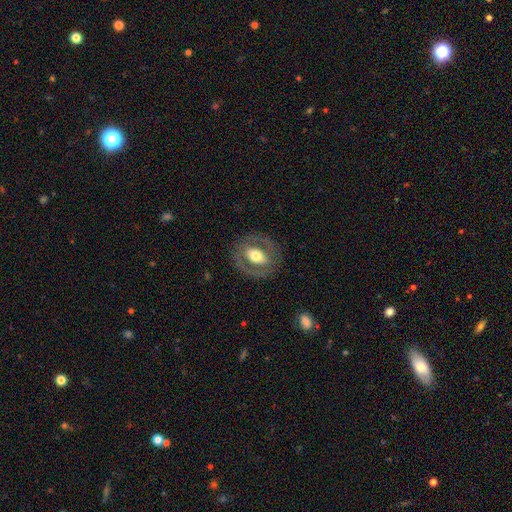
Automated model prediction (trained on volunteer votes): This appears to be a featured or disk galaxy (58%) with no bar (45%), no spiral arms (69%) and a moderate central bulge (60%). Merging: none (80%).